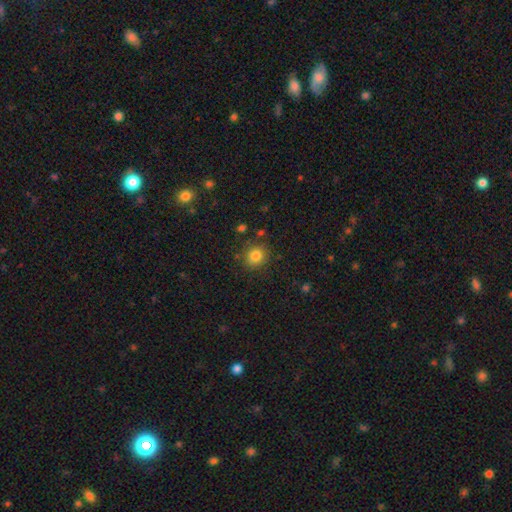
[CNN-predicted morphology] The model was most divided on "how rounded": round: 80%, in between: 19%, cigar-shaped: 1%. More confident: merging — none (84%); smooth or featured — smooth (82%).